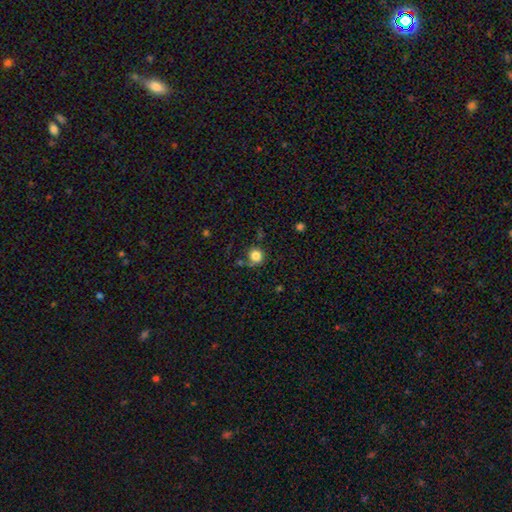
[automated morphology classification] A smooth galaxy with no disk features (83%) that is round (90%). Merging: none (71%).